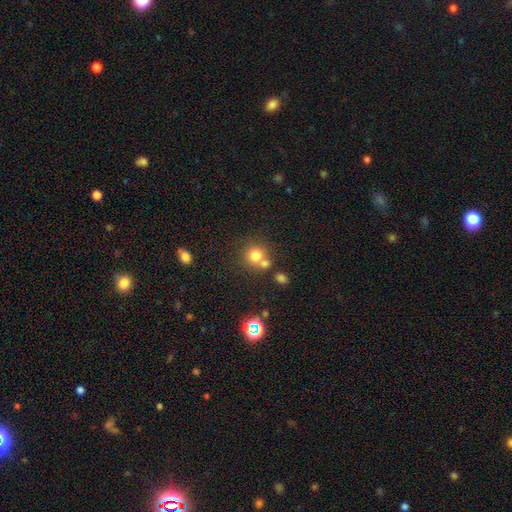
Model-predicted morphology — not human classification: This appears to be a smooth galaxy with no disk features (75%) that is round (88%). Merging: none (53%).